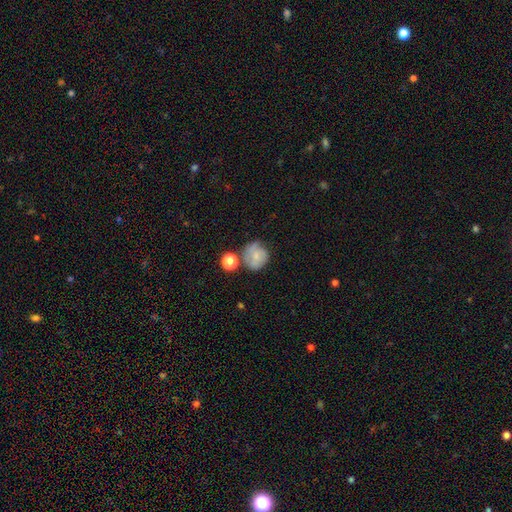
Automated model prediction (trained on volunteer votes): Smooth or featured: smooth — 59% (featured or disk — 32%)
How rounded: round — 82% (in between — 17%)
Merging: none — 53% (minor disturbance — 24%)